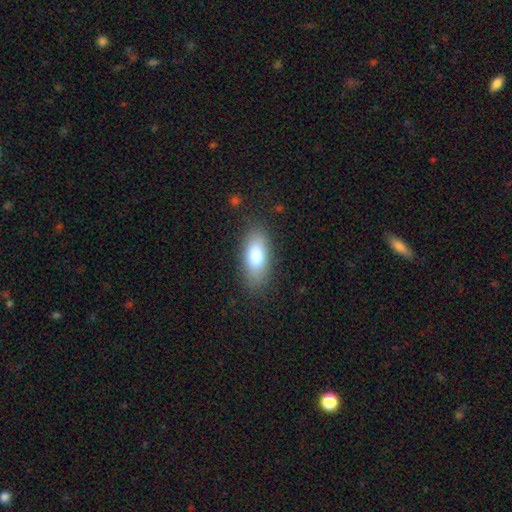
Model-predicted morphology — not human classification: The model was most divided on "how rounded": in between: 83%, cigar-shaped: 14%, round: 3%. More confident: merging — none (83%); smooth or featured — smooth (82%).